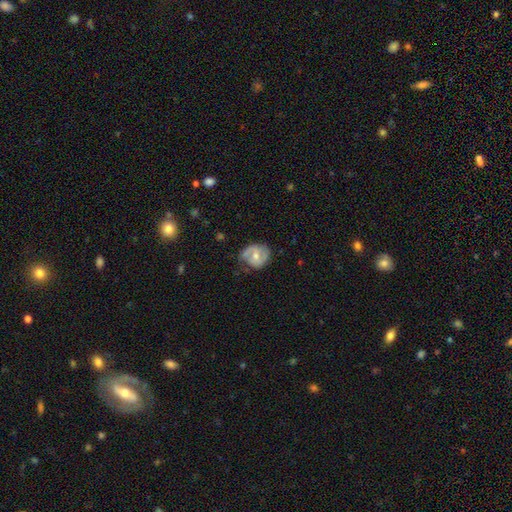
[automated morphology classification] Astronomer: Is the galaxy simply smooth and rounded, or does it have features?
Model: featured or disk — 60%.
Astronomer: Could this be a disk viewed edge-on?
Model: no — 97%.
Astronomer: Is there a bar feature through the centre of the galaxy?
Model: weak — 45% (runner-up: no, 38%).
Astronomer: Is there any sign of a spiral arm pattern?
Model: yes — 76%.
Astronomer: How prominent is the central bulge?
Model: moderate — 66%.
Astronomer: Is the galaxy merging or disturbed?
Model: none — 57%.